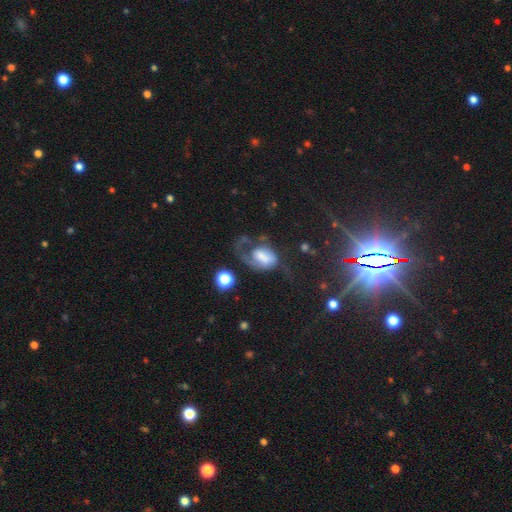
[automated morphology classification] Smooth or featured?
  - featured or disk: 53% *
  - smooth: 29%
  - star or artifact: 18%
Edge-on disk?
  - no: 95% *
  - yes: 5%
Bar?
  - no: 58% *
  - weak: 29%
  - strong: 13%
Spiral arms?
  - yes: 70% *
  - no: 30%
Bulge size?
  - moderate: 29% *
  - large: 26%
  - none: 20%
  - small: 18%
  - dominant: 7%
Merging?
  - major disturbance: 45% *
  - none: 29%
  - minor disturbance: 20%
  - merger: 5%